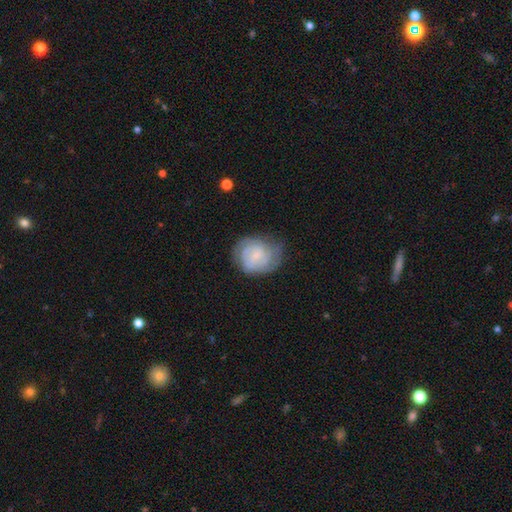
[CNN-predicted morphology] type=featured or disk (77%); edge-on=no (98%); bar=no (60%); spiral arms=yes (95%); winding=tight (68%); arm count=2 (38%); bulge=small (73%); merging=none (72%).